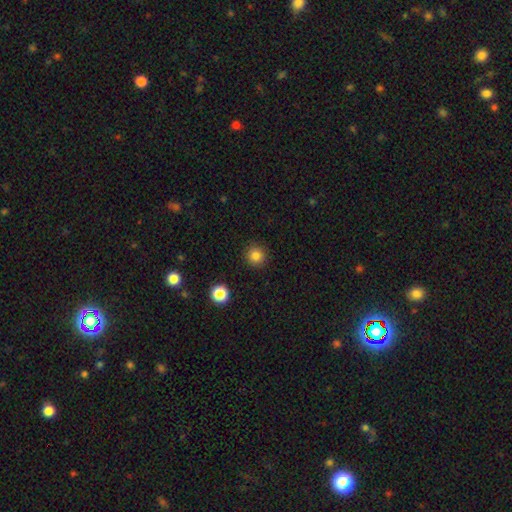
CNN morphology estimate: This is clearly a smooth galaxy (82%). How rounded: clearly round (93%). Merging: clearly none (91%).